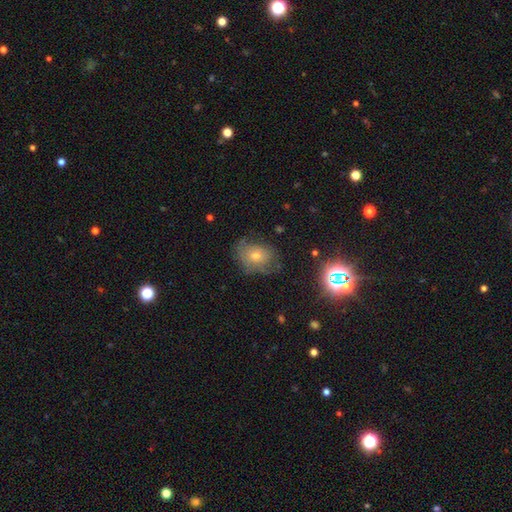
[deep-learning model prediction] Q: Smooth or featured?
A: smooth (47%); runner-up: featured or disk (30%)
Q: Merging?
A: none (60%); runner-up: minor disturbance (26%)